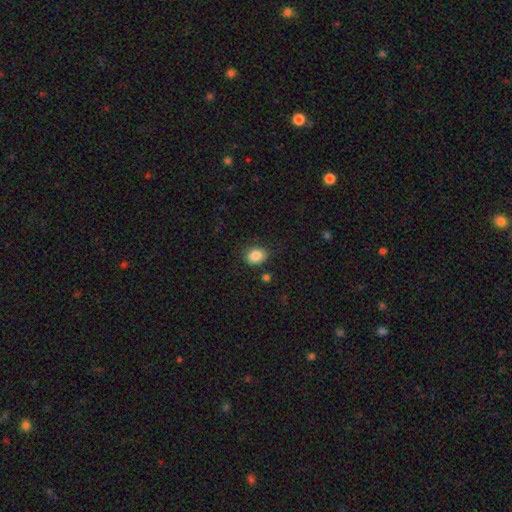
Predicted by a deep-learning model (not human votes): This is clearly a smooth galaxy (87%). How rounded: possibly in between (54%). Merging: clearly none (81%).